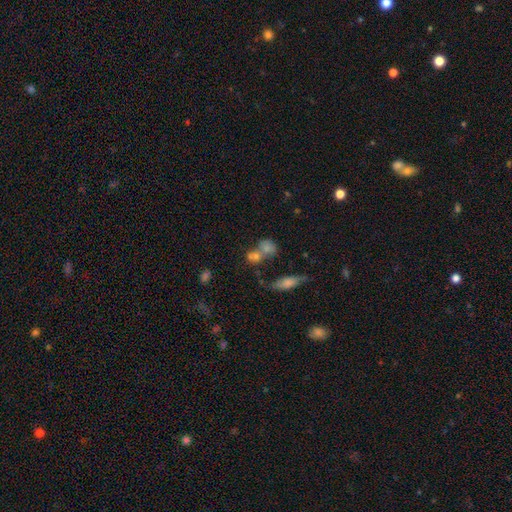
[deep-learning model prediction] Smooth or featured? smooth (64%)
How rounded? round (47%, tied with in between)
Merging? merger (47%)